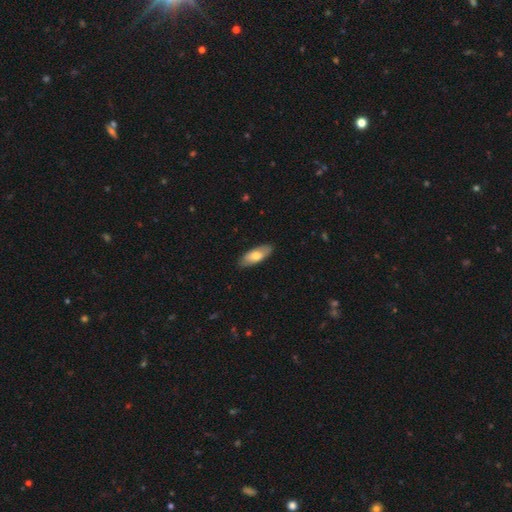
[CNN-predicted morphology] type=smooth (68%); roundness=in between (81%); merging=none (87%).